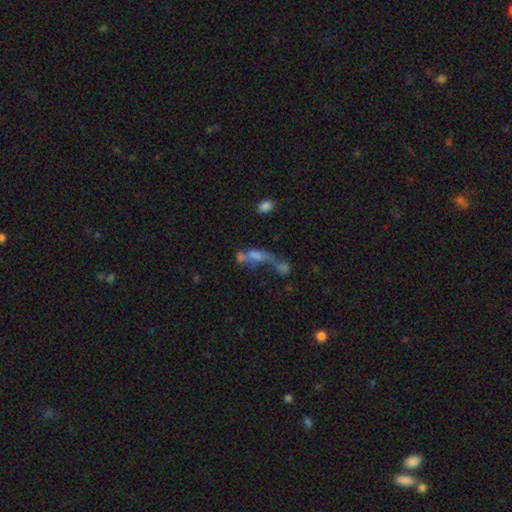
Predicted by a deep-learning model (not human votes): A smooth galaxy with no disk features (47%). Merging: merger (51%).